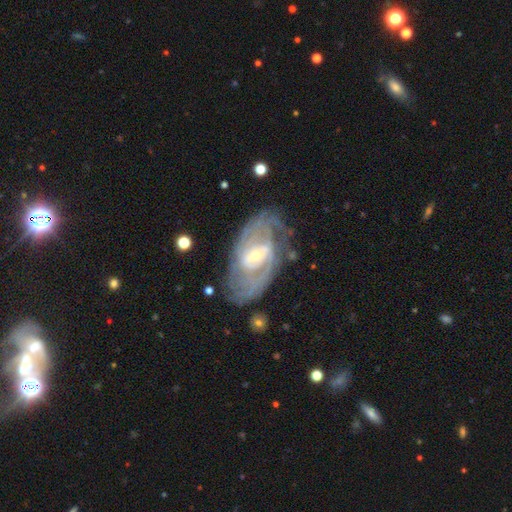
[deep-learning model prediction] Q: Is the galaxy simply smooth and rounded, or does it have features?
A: featured or disk — 89%.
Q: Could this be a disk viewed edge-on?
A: no — 95%.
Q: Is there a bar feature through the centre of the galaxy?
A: weak — 47%.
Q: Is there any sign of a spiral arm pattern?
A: yes — 95%.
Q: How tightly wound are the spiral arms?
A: tight — 54%.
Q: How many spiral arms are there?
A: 2 — 42%.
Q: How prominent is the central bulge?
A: small — 64%.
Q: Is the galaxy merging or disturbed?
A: none — 72%.